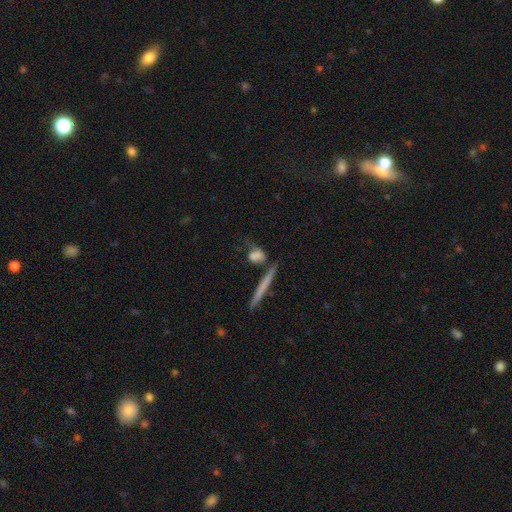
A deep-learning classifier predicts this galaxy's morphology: Smooth or featured? smooth (60%)
How rounded? in between (41%)
Merging? none (46%)